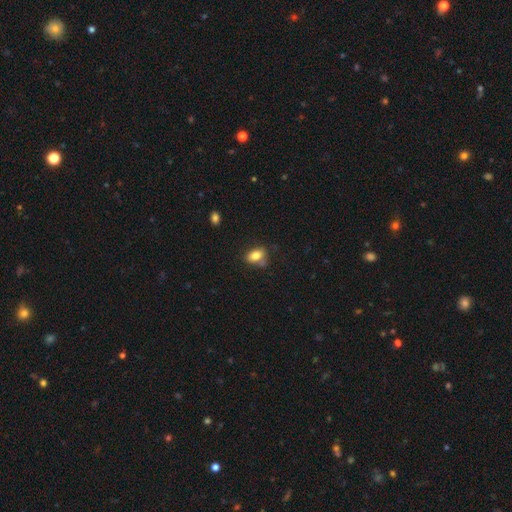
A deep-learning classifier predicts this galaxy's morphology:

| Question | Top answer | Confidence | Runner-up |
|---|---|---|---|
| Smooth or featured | smooth | 81% | featured or disk (10%) |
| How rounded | in between | 83% | round (15%) |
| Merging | none | 60% | minor disturbance (22%) |